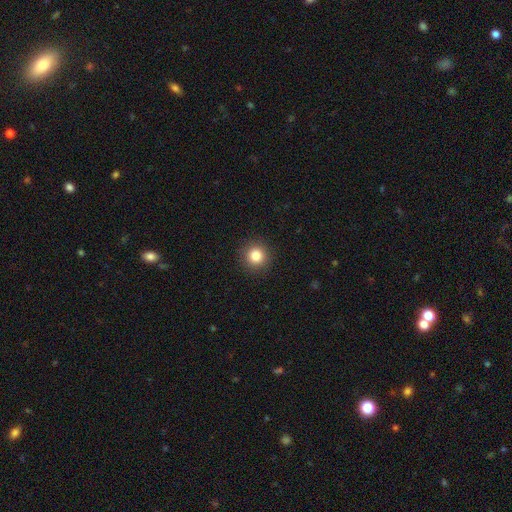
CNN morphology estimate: Smooth or featured?
  - smooth: 84% *
  - star or artifact: 11%
  - featured or disk: 5%
How rounded?
  - round: 95% *
  - in between: 5%
  - cigar-shaped: 1%
Merging?
  - none: 92% *
  - minor disturbance: 5%
  - major disturbance: 2%
  - merger: 1%